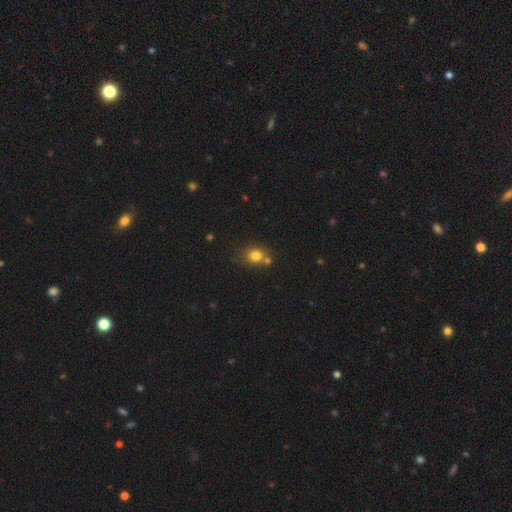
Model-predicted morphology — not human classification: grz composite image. It shows a smooth galaxy with no disk features (79%) that is round (70%). Merging: none (60%).